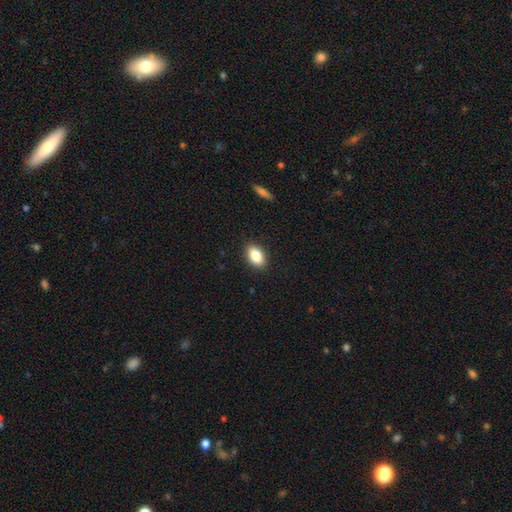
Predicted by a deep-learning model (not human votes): Morphology: type=smooth (84%); roundness=in between (89%); merging=none (89%).